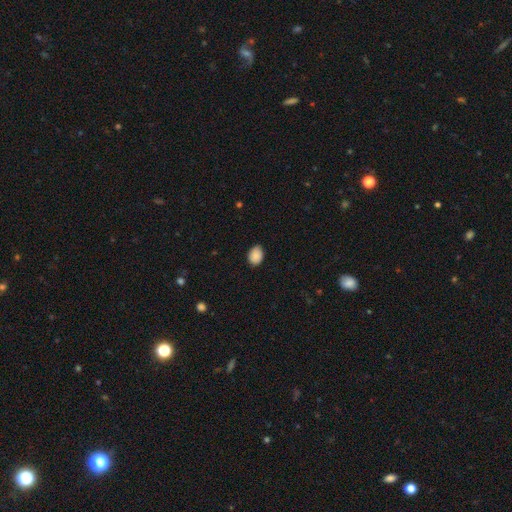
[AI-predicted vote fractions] smooth_or_featured: smooth (p=0.88) [alt: star or artifact p=0.07]
how_rounded: in between (p=0.68) [alt: round p=0.31]
merging: none (p=0.81) [alt: minor disturbance p=0.16]